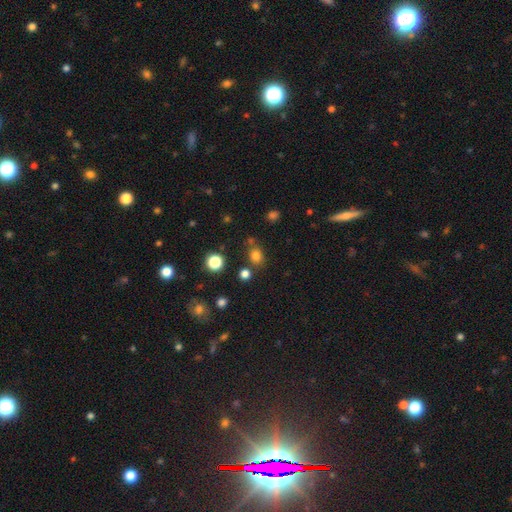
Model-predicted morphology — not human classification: smooth 77%, star or artifact 17%, featured or disk 5%. Down the decision tree: how rounded — round (65%); merging — none (73%).